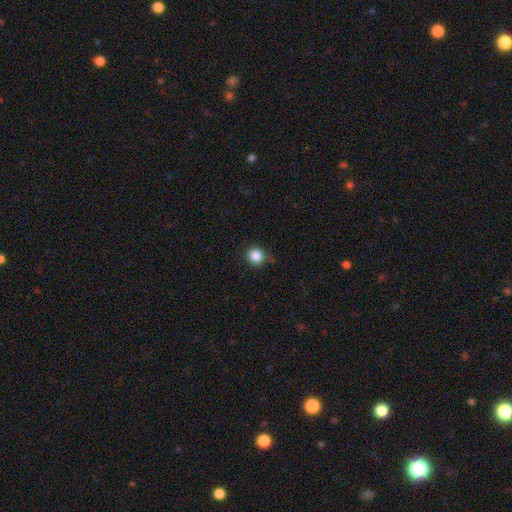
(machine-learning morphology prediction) Smooth or featured: smooth — 85% (star or artifact — 11%)
How rounded: round — 93% (in between — 6%)
Merging: none — 88% (minor disturbance — 9%)